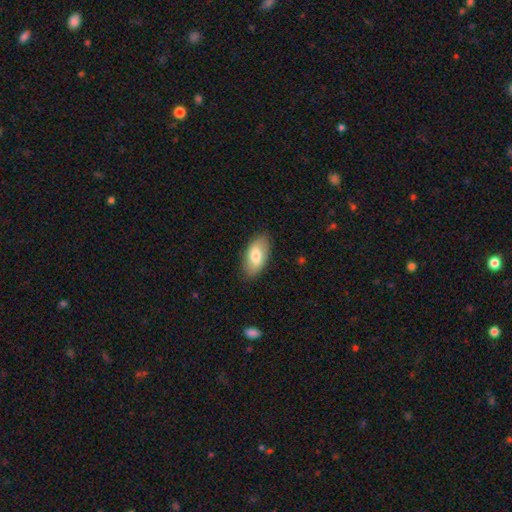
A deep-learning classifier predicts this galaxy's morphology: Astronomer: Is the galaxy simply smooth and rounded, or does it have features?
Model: smooth — 74%.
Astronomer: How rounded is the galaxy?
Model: in between — 93%.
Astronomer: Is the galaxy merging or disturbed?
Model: none — 84%.